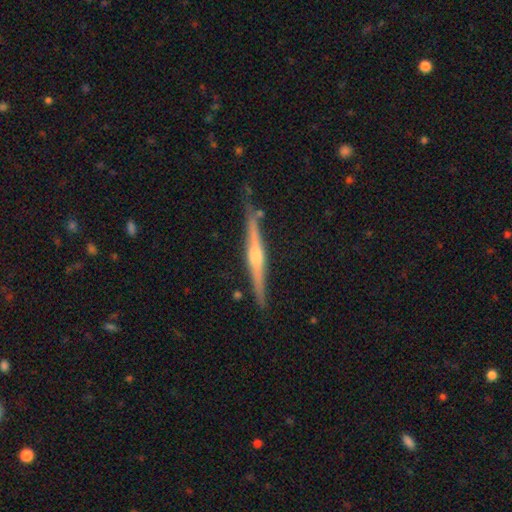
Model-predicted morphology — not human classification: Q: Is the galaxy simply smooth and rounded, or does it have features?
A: featured or disk — 80%.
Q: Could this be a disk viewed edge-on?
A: yes — 98%.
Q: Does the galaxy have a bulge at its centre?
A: rounded — 87%.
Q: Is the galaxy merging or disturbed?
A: none — 85%.